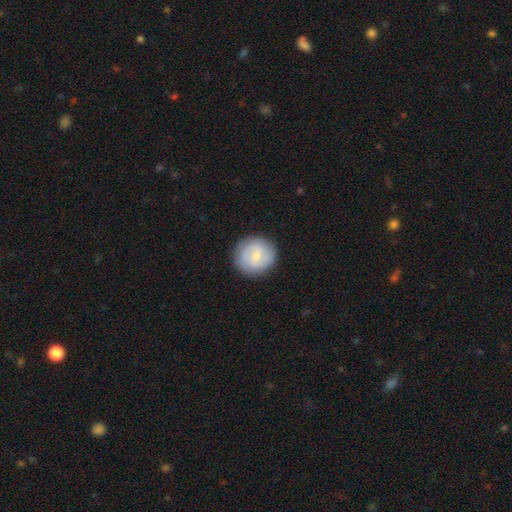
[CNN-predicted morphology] Smooth or featured?
  - smooth: 51% *
  - featured or disk: 42%
  - star or artifact: 6%
How rounded?
  - round: 90% *
  - in between: 9%
  - cigar-shaped: 1%
Merging?
  - none: 87% *
  - minor disturbance: 9%
  - major disturbance: 3%
  - merger: 1%